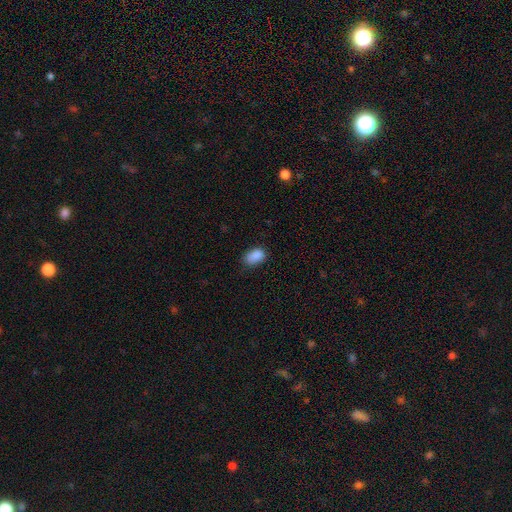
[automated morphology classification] A smooth galaxy with no disk features (88%) that is in between round and cigar-shaped (88%). Merging: none (71%).